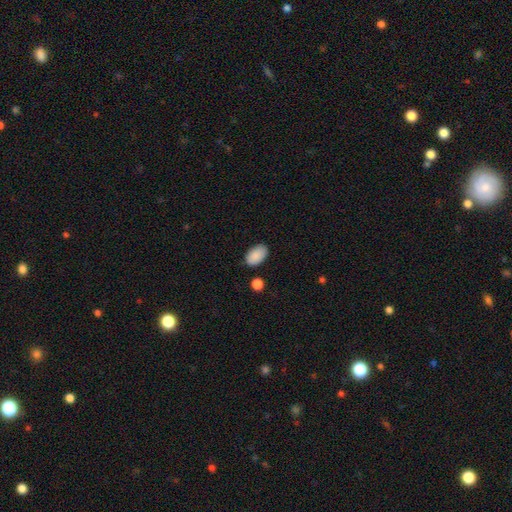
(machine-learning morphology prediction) This is clearly a smooth galaxy (89%). How rounded: clearly in between (93%). Merging: clearly none (83%).